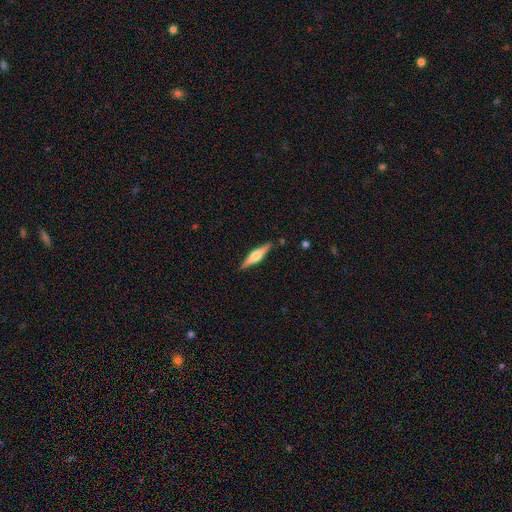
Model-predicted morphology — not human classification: A featured or disk galaxy (63%) viewed edge-on (97%) with a rounded central bulge (88%).

Vote fractions:
- Smooth or featured? featured or disk: 63% / smooth: 32% / star or artifact: 6%
- Edge-on disk? yes: 97% / no: 3%
- Edge-on bulge? rounded: 88% / boxy: 9% / none: 3%
- Merging? none: 88% / minor disturbance: 9% / major disturbance: 2% / merger: 2%